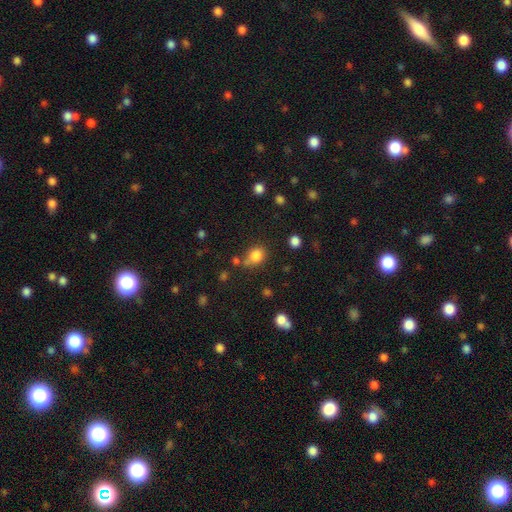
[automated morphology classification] Smooth or featured: smooth — 82% (star or artifact — 12%)
How rounded: round — 57% (in between — 42%)
Merging: none — 62% (minor disturbance — 19%)